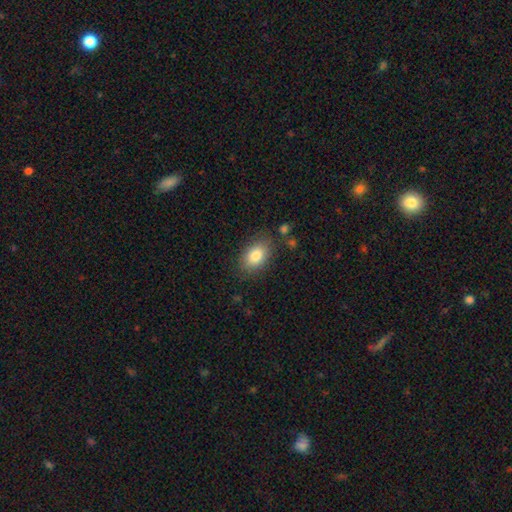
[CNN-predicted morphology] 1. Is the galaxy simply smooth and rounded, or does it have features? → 84% smooth, 9% featured or disk, 8% star or artifact.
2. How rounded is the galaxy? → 87% in between, 12% round, 2% cigar-shaped.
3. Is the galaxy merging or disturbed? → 80% none, 14% minor disturbance, 4% major disturbance, 3% merger.